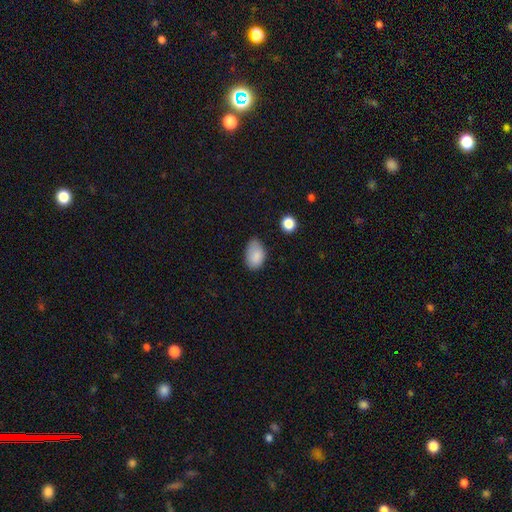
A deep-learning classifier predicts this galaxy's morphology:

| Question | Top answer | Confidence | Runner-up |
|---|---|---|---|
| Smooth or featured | smooth | 87% | star or artifact (8%) |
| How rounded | in between | 90% | round (9%) |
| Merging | none | 61% | minor disturbance (30%) |